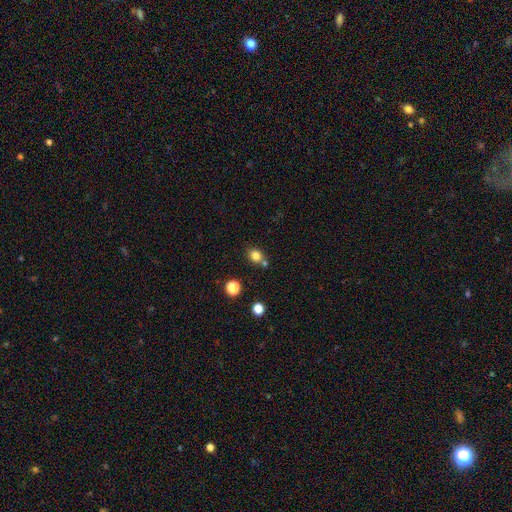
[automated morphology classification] The model was most divided on "how rounded": round: 71%, in between: 28%, cigar-shaped: 1%. More confident: smooth or featured — smooth (81%); merging — none (68%).